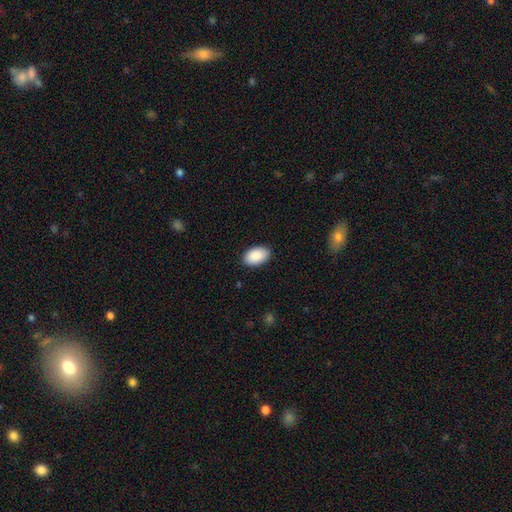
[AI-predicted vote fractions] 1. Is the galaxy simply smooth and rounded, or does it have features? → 90% smooth, 6% star or artifact, 4% featured or disk.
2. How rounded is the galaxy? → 93% in between, 6% round, 1% cigar-shaped.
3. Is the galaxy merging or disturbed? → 88% none, 9% minor disturbance, 2% major disturbance, 1% merger.